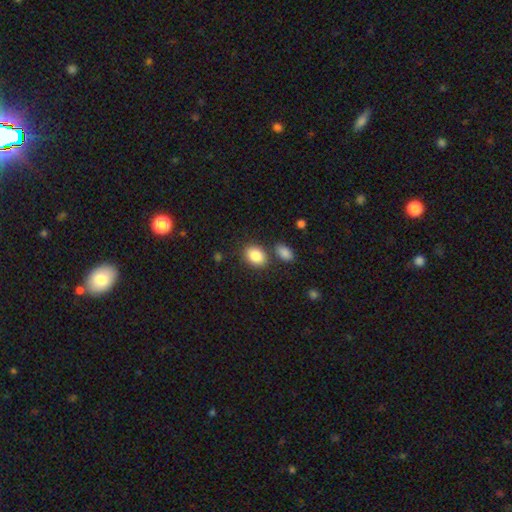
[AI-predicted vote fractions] Morphology: type=smooth (86%); roundness=in between (68%); merging=none (73%).